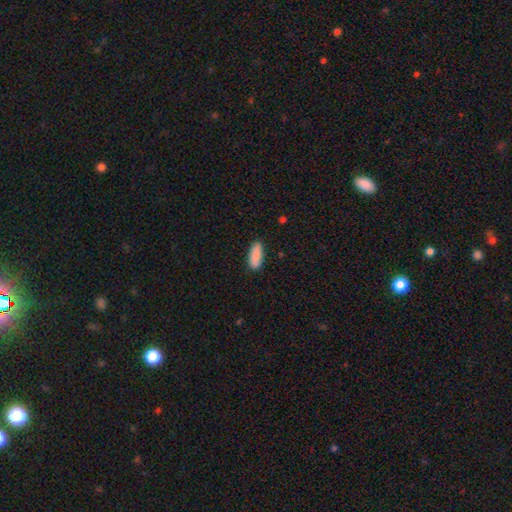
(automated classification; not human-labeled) Overall: smooth (86%). How rounded: in between (73%). Merging: none (84%).